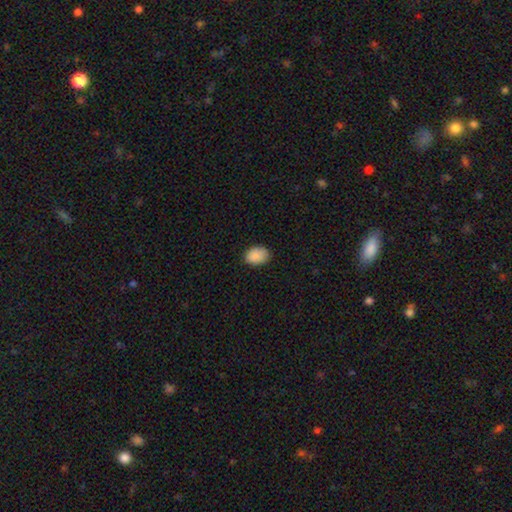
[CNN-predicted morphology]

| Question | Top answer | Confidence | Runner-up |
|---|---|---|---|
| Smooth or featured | smooth | 89% | star or artifact (8%) |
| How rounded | in between | 77% | round (22%) |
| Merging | none | 84% | minor disturbance (13%) |